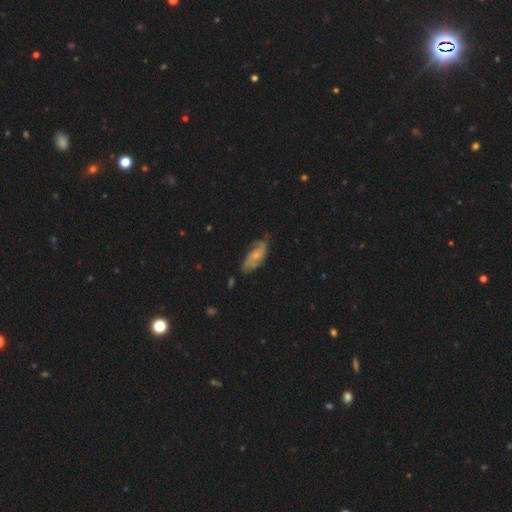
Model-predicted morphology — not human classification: Smooth or featured? Predicted: featured or disk (p=0.61). Edge-on disk? Predicted: no (p=0.90). Bar? Predicted: no (p=0.67). Spiral arms? Predicted: yes (p=0.88). Bulge size? Predicted: small (p=0.54). Merging? Predicted: none (p=0.62).